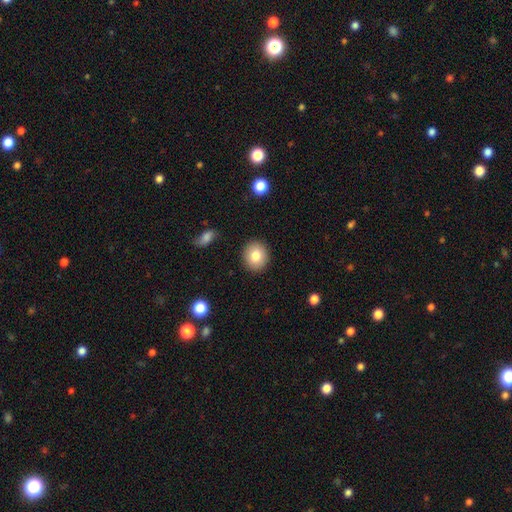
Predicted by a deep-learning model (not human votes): Morphology: type=smooth (81%); roundness=round (78%); merging=none (90%).